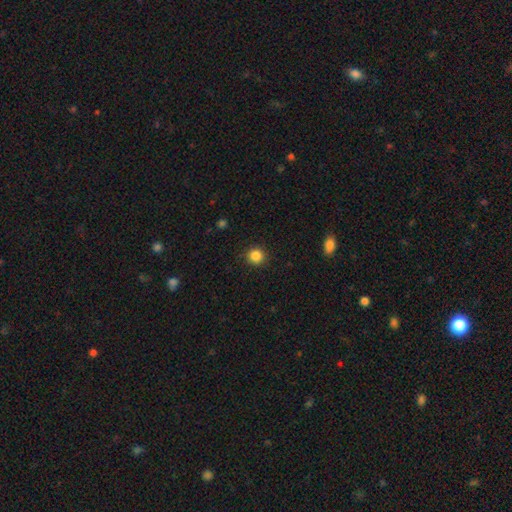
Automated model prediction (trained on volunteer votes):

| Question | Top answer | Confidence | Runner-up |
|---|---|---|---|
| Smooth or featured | smooth | 85% | star or artifact (11%) |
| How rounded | round | 93% | in between (6%) |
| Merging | none | 91% | minor disturbance (6%) |